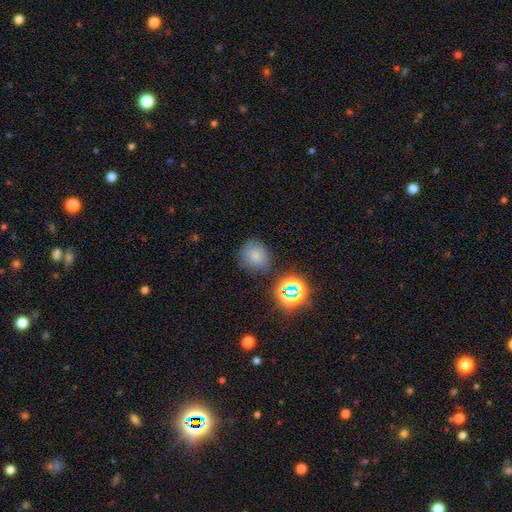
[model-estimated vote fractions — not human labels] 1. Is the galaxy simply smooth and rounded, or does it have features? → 67% smooth, 20% star or artifact, 14% featured or disk.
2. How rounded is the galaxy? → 79% round, 20% in between, 1% cigar-shaped.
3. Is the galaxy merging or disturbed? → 74% none, 16% minor disturbance, 5% major disturbance, 5% merger.